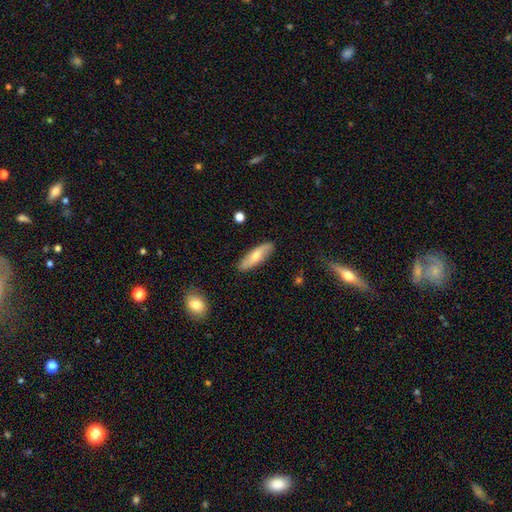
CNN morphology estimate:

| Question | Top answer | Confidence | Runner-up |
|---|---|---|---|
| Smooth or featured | smooth | 54% | featured or disk (40%) |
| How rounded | cigar-shaped | 56% | in between (41%) |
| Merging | none | 86% | minor disturbance (11%) |